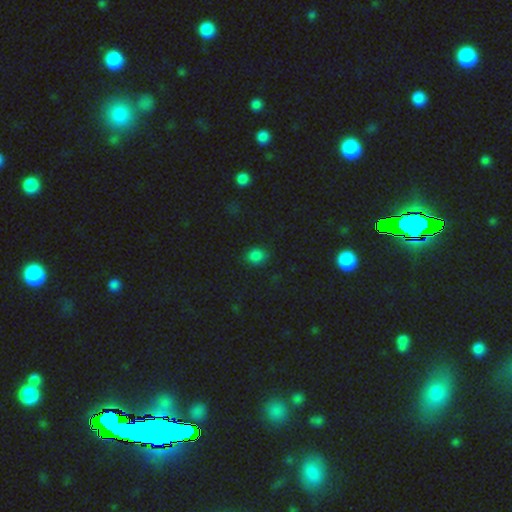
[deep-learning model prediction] smooth-or-featured: smooth: 80% | star or artifact: 16% | featured or disk: 4%
  how-rounded: round: 58% | in between: 40% | cigar-shaped: 1%
  merging: none: 85% | minor disturbance: 11% | major disturbance: 3% | merger: 1%